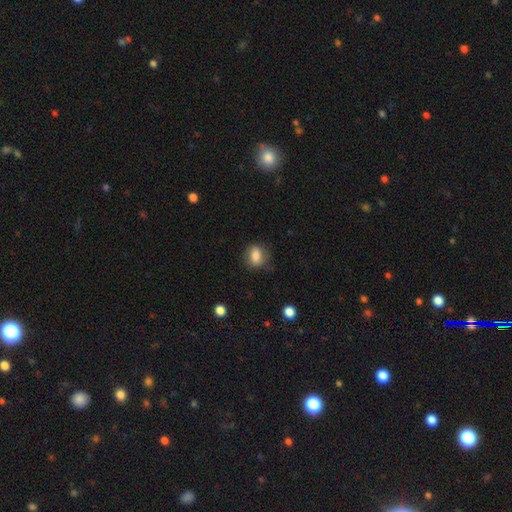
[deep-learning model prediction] Smooth or featured?
  - smooth: 82% *
  - featured or disk: 10%
  - star or artifact: 9%
How rounded?
  - in between: 61% *
  - round: 37%
  - cigar-shaped: 2%
Merging?
  - none: 74% *
  - minor disturbance: 19%
  - major disturbance: 6%
  - merger: 1%